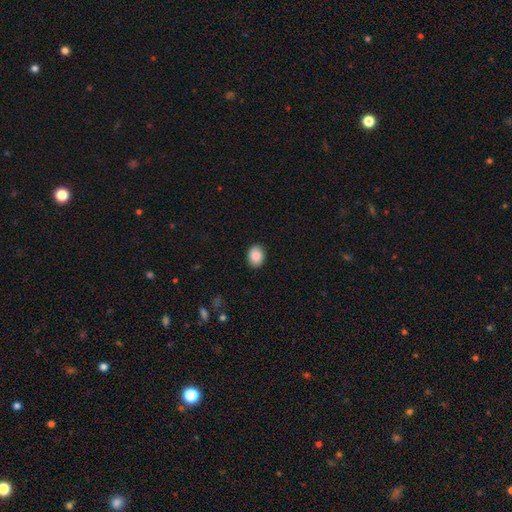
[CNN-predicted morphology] The model was most divided on "how rounded": in between: 67%, round: 32%, cigar-shaped: 1%. More confident: merging — none (89%); smooth or featured — smooth (88%).